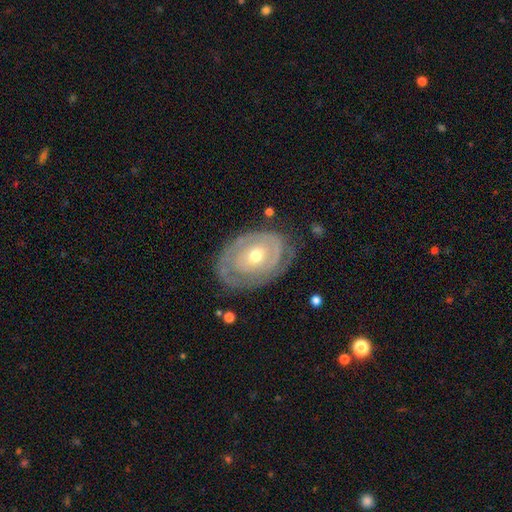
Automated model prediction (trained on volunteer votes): smooth-or-featured: featured or disk: 74% | smooth: 20% | star or artifact: 5%
  disk-edge-on: no: 95% | yes: 5%
    bar: no: 71% | weak: 23% | strong: 6%
    has-spiral-arms: yes: 65% | no: 35%
    bulge-size: moderate: 62% | small: 32% | large: 3% | none: 1% | dominant: 1%
  merging: none: 66% | minor disturbance: 22% | major disturbance: 10% | merger: 2%